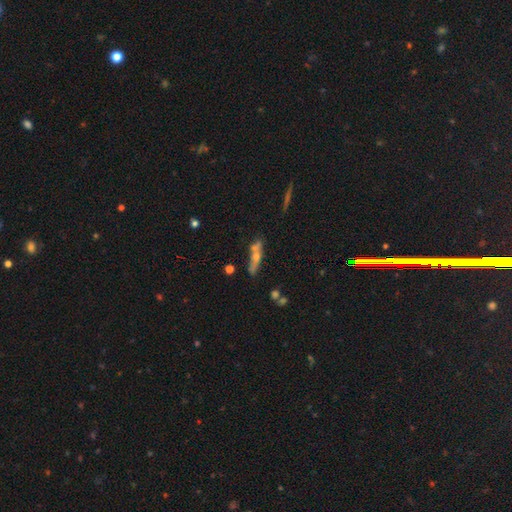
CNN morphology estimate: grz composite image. It shows a featured or disk galaxy (53%) viewed edge-on (75%). Merging: none (59%).